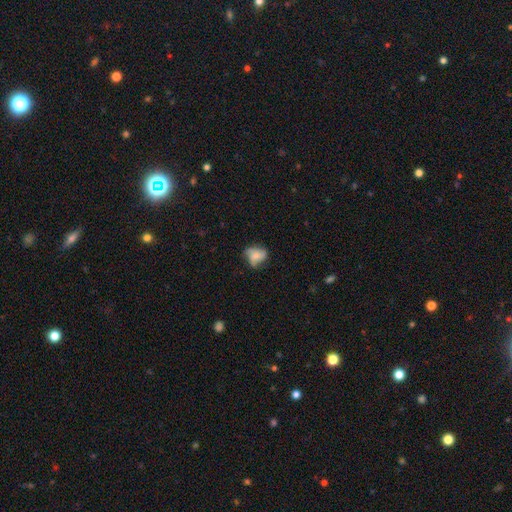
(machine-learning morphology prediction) Smooth or featured? Predicted: featured or disk (p=0.49). Merging? Predicted: none (p=0.61).